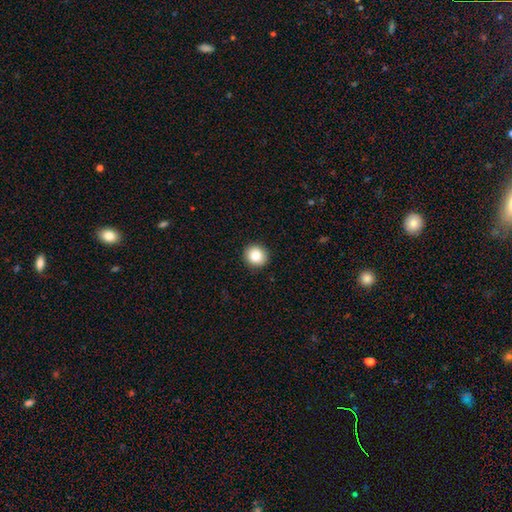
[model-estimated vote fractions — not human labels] smooth 85%, star or artifact 9%, featured or disk 6%. Down the decision tree: how rounded — round (92%); merging — none (92%).